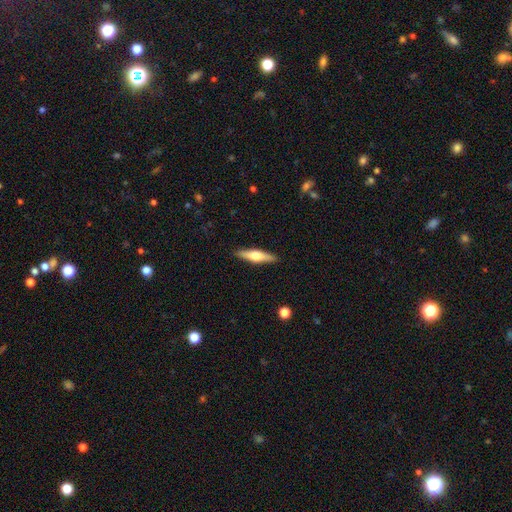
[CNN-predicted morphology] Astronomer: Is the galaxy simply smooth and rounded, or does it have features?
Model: featured or disk — 57% (runner-up: smooth, 38%).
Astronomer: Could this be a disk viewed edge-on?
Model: yes — 95%.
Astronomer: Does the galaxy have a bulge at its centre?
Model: rounded — 94%.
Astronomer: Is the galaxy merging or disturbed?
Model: none — 91%.